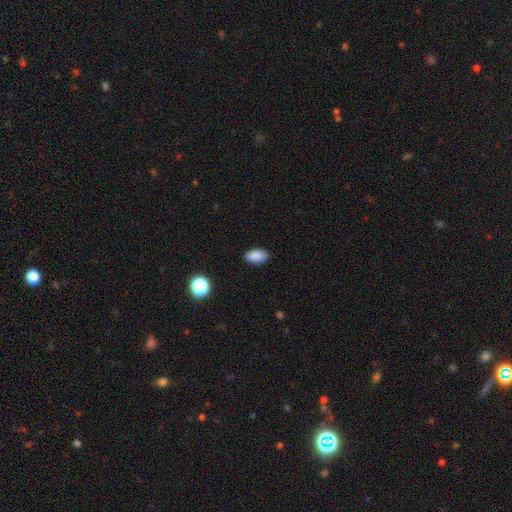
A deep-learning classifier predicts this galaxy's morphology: Smooth or featured? smooth (87%)
How rounded? in between (92%)
Merging? none (88%)